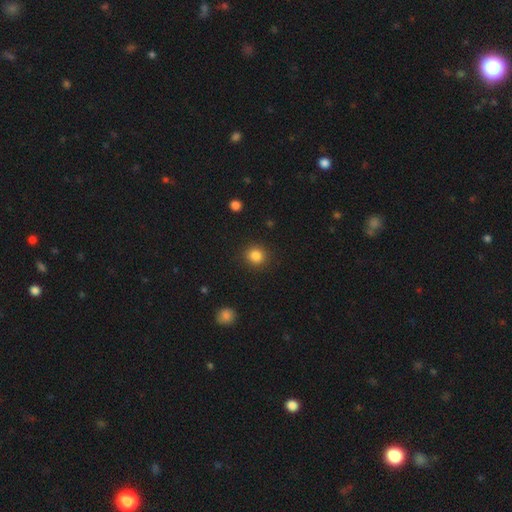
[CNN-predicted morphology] A smooth galaxy with no disk features (85%) that is round (90%). Merging: none (90%).